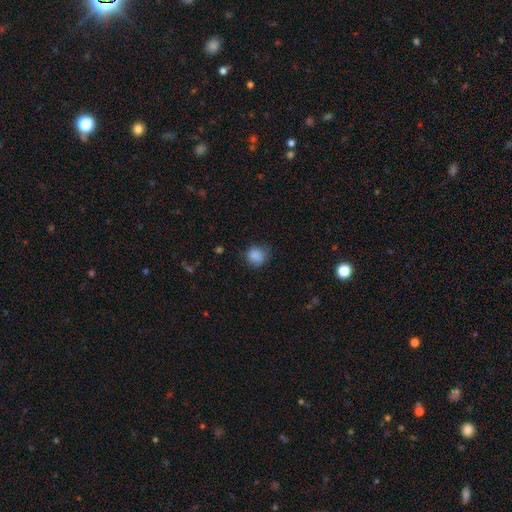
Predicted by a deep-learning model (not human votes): A smooth galaxy with no disk features (86%) that is round (81%).

Vote fractions:
- Smooth or featured? smooth: 86% / star or artifact: 10% / featured or disk: 4%
- How rounded? round: 81% / in between: 18% / cigar-shaped: 1%
- Merging? none: 75% / minor disturbance: 19% / major disturbance: 5% / merger: 1%